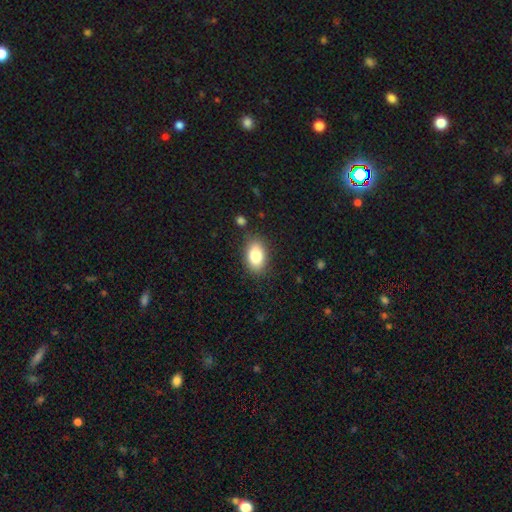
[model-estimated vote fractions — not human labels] A smooth galaxy with no disk features (83%) that is in between round and cigar-shaped (89%).

Vote fractions:
- Smooth or featured? smooth: 83% / featured or disk: 9% / star or artifact: 8%
- How rounded? in between: 89% / round: 9% / cigar-shaped: 2%
- Merging? none: 83% / minor disturbance: 12% / major disturbance: 3% / merger: 2%